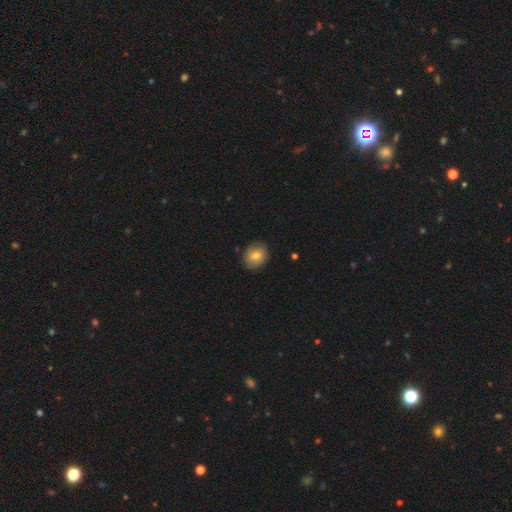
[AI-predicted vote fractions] Q: Smooth or featured?
A: smooth (67%); runner-up: featured or disk (24%)
Q: How rounded?
A: round (62%); runner-up: in between (37%)
Q: Merging?
A: none (81%); runner-up: minor disturbance (15%)